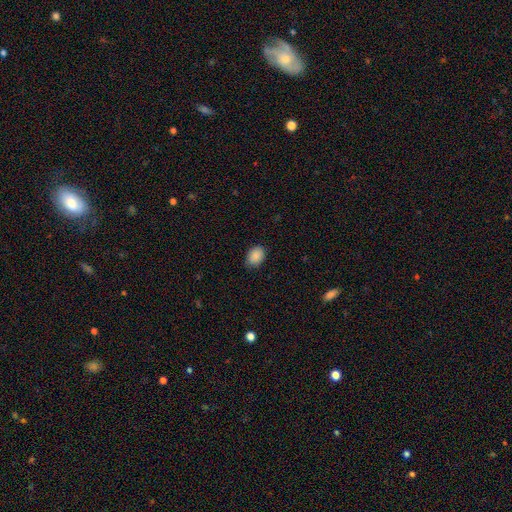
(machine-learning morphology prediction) Smooth or featured: smooth — 88% (star or artifact — 8%)
How rounded: in between — 64% (round — 35%)
Merging: none — 83% (minor disturbance — 14%)